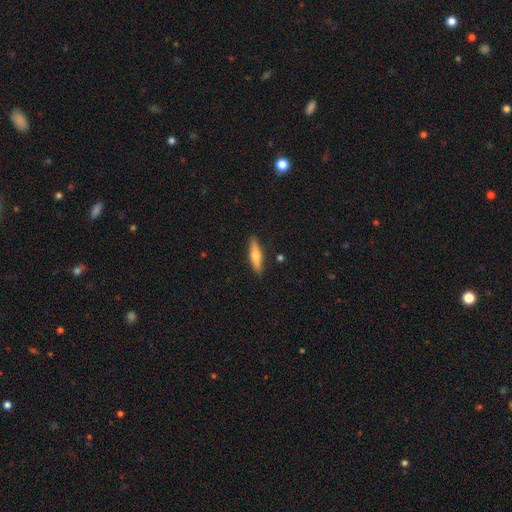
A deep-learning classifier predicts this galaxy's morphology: smooth-or-featured: smooth: 58% | featured or disk: 36% | star or artifact: 6%
  how-rounded: cigar-shaped: 74% | in between: 24% | round: 2%
  merging: none: 88% | minor disturbance: 9% | major disturbance: 2% | merger: 2%